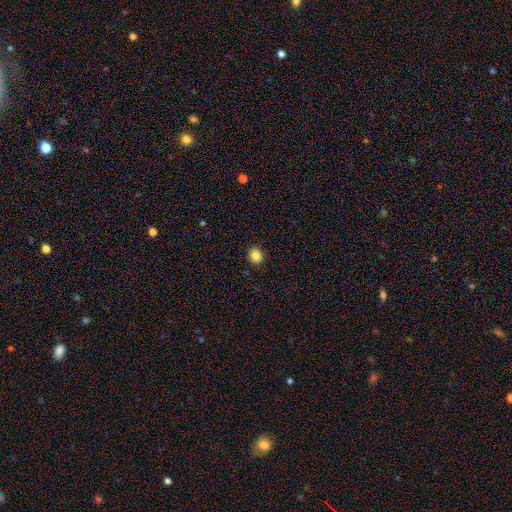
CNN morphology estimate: The model was most divided on "how rounded": round: 69%, in between: 30%, cigar-shaped: 1%. More confident: merging — none (90%); smooth or featured — smooth (85%).